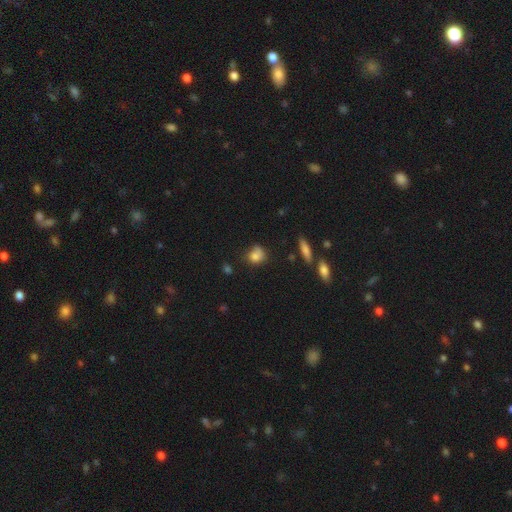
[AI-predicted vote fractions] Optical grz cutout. It shows a smooth galaxy with no disk features (77%) that is round (61%). Merging: none (48%).